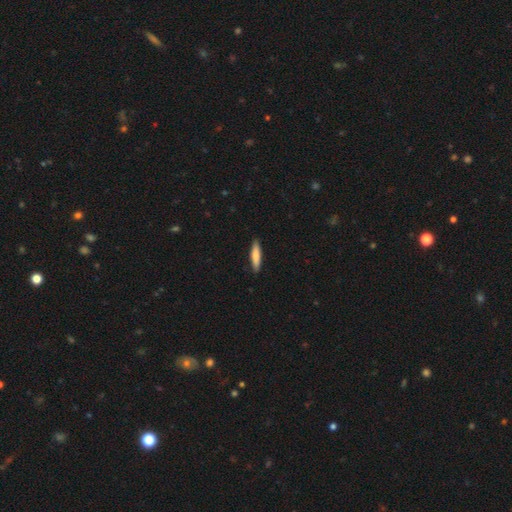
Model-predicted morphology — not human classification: Overall: smooth (76%). How rounded: cigar-shaped (82%). Merging: none (89%).